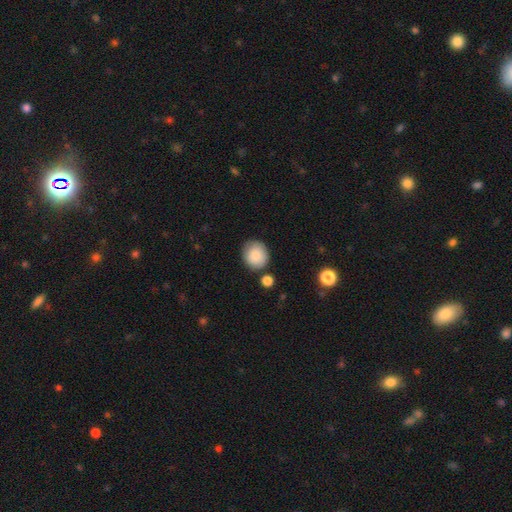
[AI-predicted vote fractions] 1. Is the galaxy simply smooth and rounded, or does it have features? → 87% smooth, 7% star or artifact, 6% featured or disk.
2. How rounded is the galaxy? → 80% round, 19% in between, 1% cigar-shaped.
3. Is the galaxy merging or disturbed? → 77% none, 15% minor disturbance, 5% merger, 3% major disturbance.